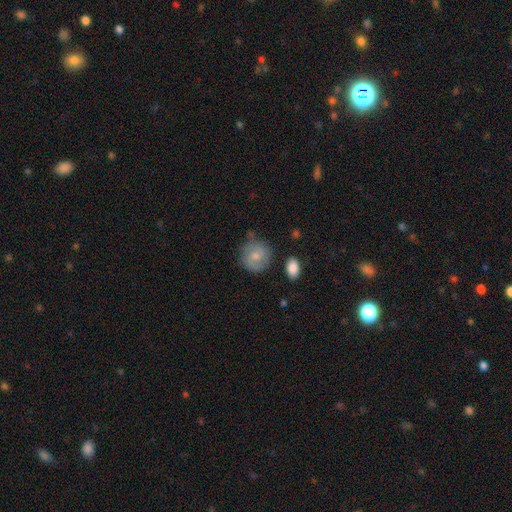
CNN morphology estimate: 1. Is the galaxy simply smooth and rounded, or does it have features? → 57% smooth, 36% featured or disk, 7% star or artifact.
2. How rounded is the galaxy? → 85% round, 14% in between, 1% cigar-shaped.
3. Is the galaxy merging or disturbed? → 70% none, 20% minor disturbance, 5% major disturbance, 4% merger.